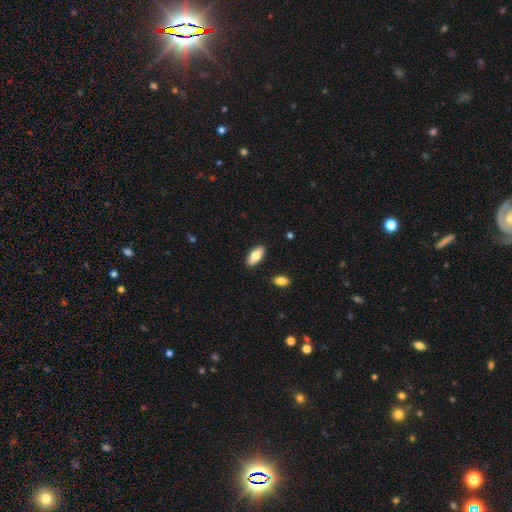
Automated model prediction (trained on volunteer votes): Morphology: type=smooth (79%); roundness=in between (89%); merging=none (88%).